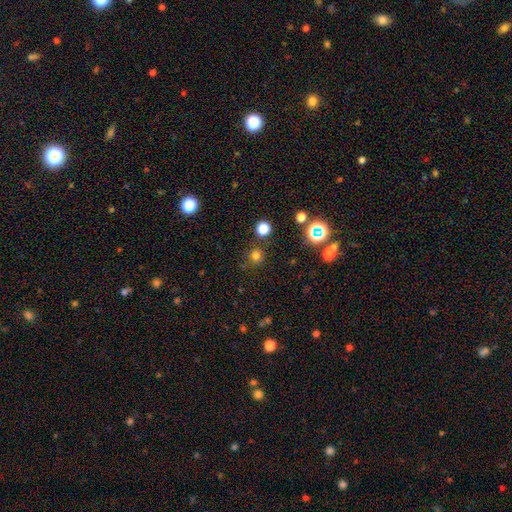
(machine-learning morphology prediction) smooth 72%, star or artifact 22%, featured or disk 5%. Down the decision tree: how rounded — round (94%); merging — none (84%).